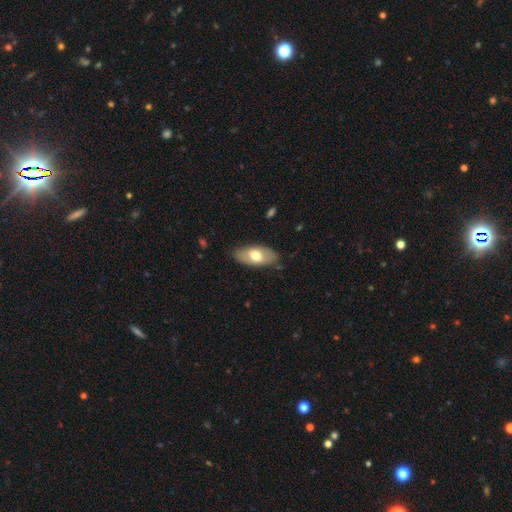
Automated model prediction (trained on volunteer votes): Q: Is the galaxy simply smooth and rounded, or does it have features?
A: smooth — 65%.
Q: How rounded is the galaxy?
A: in between — 91%.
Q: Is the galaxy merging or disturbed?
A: none — 82%.